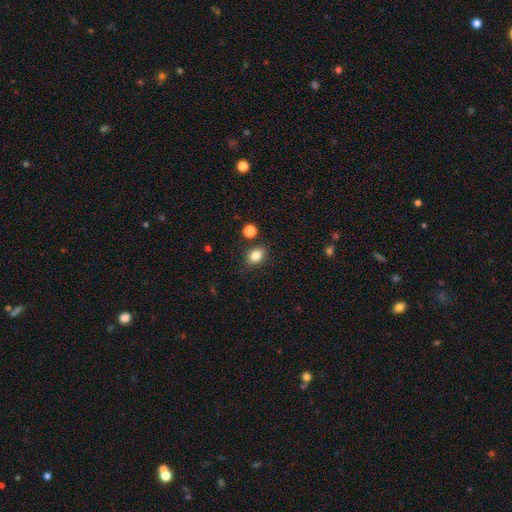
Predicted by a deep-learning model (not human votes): Smooth or featured? smooth (83%)
How rounded? in between (66%)
Merging? none (82%)